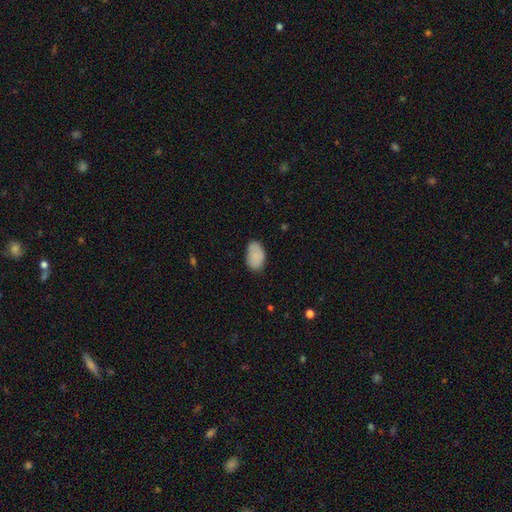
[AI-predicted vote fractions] smooth-or-featured: smooth: 87% | star or artifact: 7% | featured or disk: 6%
  how-rounded: in between: 92% | round: 7% | cigar-shaped: 1%
  merging: none: 77% | minor disturbance: 18% | major disturbance: 3% | merger: 1%